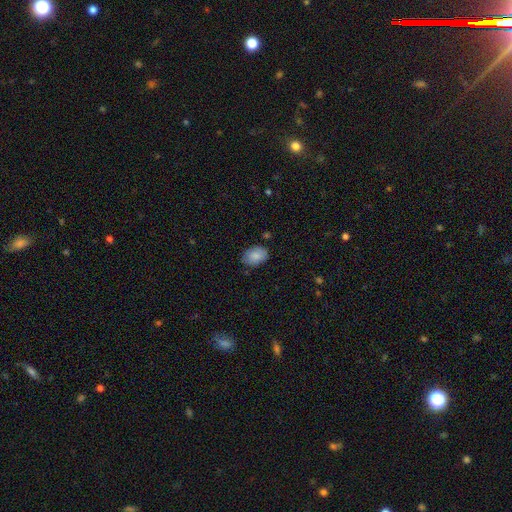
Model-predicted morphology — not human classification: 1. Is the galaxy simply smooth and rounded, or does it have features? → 87% smooth, 7% star or artifact, 6% featured or disk.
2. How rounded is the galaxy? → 79% in between, 20% round, 1% cigar-shaped.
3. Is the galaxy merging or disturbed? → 81% none, 15% minor disturbance, 3% major disturbance, 1% merger.